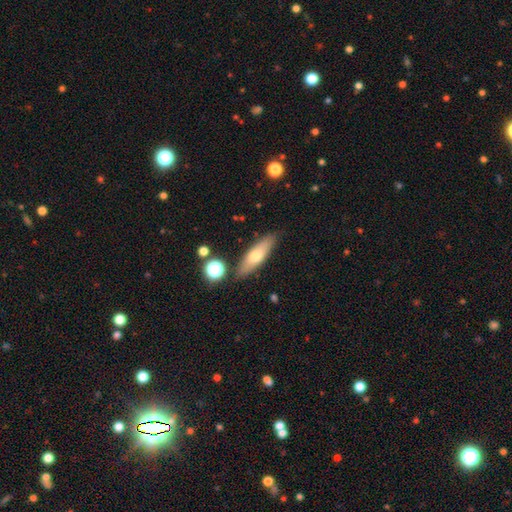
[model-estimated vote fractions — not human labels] smooth-or-featured: smooth: 62% | featured or disk: 31% | star or artifact: 7%
  how-rounded: cigar-shaped: 54% | in between: 43% | round: 3%
  merging: none: 84% | minor disturbance: 10% | merger: 3% | major disturbance: 3%